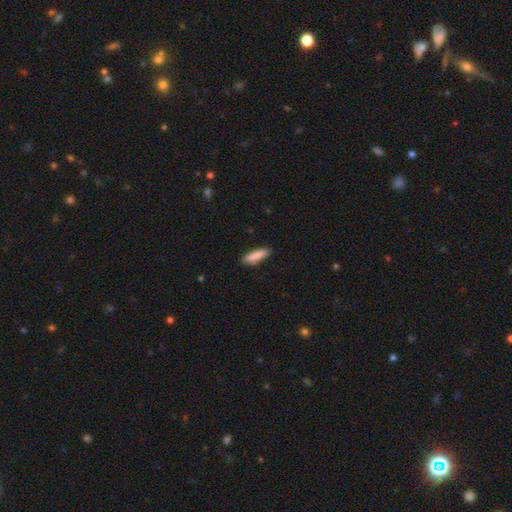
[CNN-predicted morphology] smooth_or_featured: smooth (p=0.87) [alt: featured or disk p=0.07]
how_rounded: cigar-shaped (p=0.67) [alt: in between p=0.32]
merging: none (p=0.85) [alt: minor disturbance p=0.11]